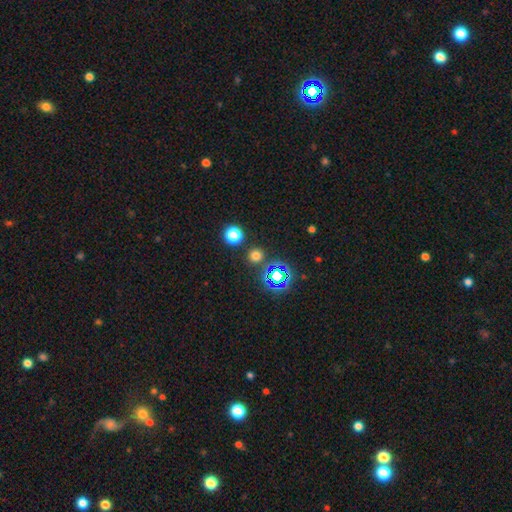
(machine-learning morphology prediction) A smooth galaxy with no disk features (65%) that is round (91%).

Vote fractions:
- Smooth or featured? smooth: 65% / star or artifact: 30% / featured or disk: 6%
- How rounded? round: 91% / in between: 8% / cigar-shaped: 1%
- Merging? none: 84% / merger: 7% / minor disturbance: 6% / major disturbance: 3%